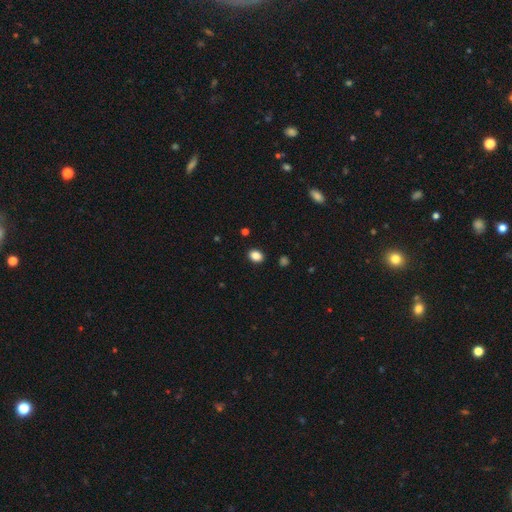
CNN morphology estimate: smooth_or_featured: smooth (p=0.86) [alt: star or artifact p=0.10]
how_rounded: in between (p=0.65) [alt: round p=0.34]
merging: none (p=0.90) [alt: minor disturbance p=0.07]